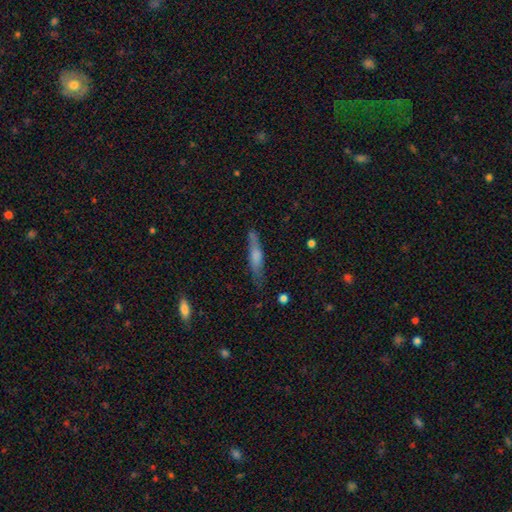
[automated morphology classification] Smooth or featured? smooth (57%)
How rounded? cigar-shaped (82%)
Merging? none (68%)